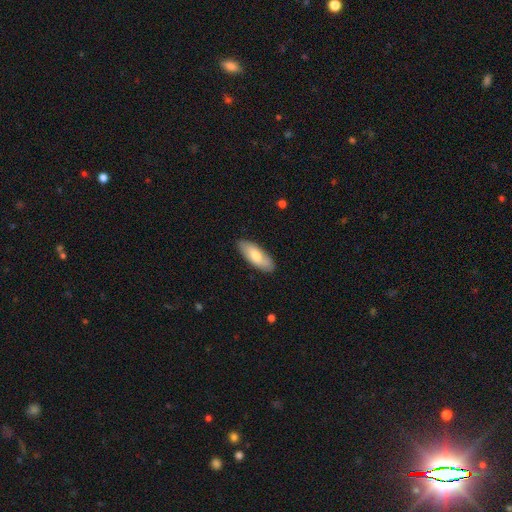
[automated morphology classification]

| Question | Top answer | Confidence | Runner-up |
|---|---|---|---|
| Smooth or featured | smooth | 72% | featured or disk (22%) |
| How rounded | in between | 76% | cigar-shaped (23%) |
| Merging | none | 86% | minor disturbance (11%) |